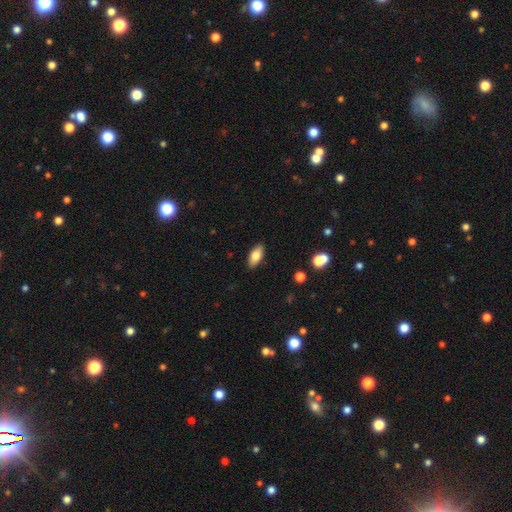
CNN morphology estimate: Q: Smooth or featured?
A: smooth (78%); runner-up: featured or disk (15%)
Q: How rounded?
A: in between (87%); runner-up: cigar-shaped (10%)
Q: Merging?
A: none (89%); runner-up: minor disturbance (8%)